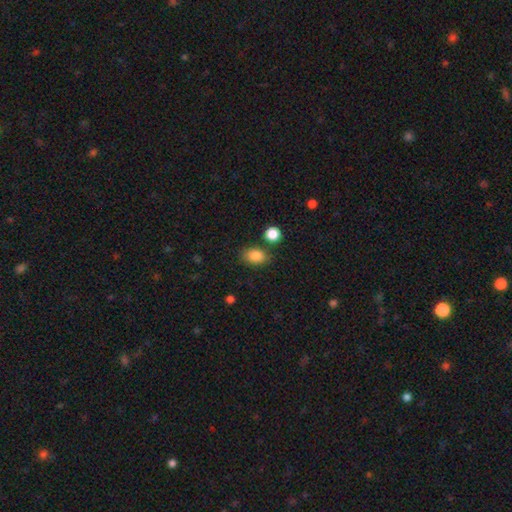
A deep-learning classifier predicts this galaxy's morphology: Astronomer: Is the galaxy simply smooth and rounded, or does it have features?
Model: smooth — 85%.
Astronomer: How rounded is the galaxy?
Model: in between — 76%.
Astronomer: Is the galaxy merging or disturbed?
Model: none — 77%.